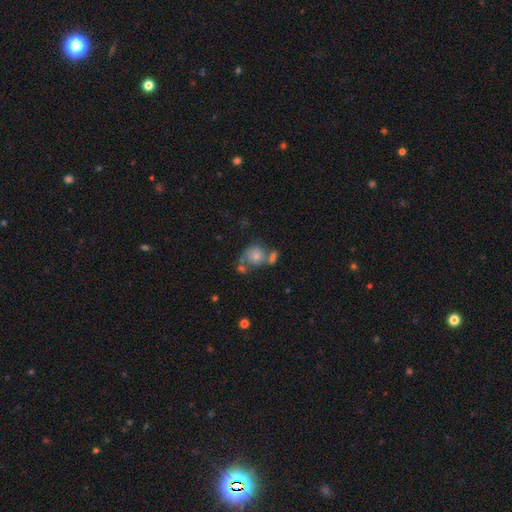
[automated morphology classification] type=smooth (69%); roundness=round (76%); merging=none (41%).